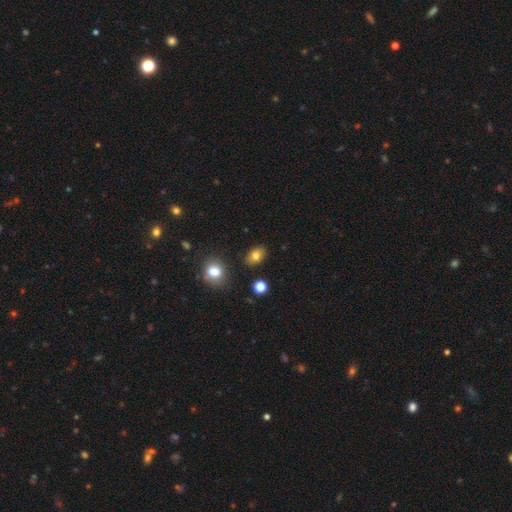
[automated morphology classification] This is clearly a smooth galaxy (81%). How rounded: likely in between (78%). Merging: clearly none (85%).